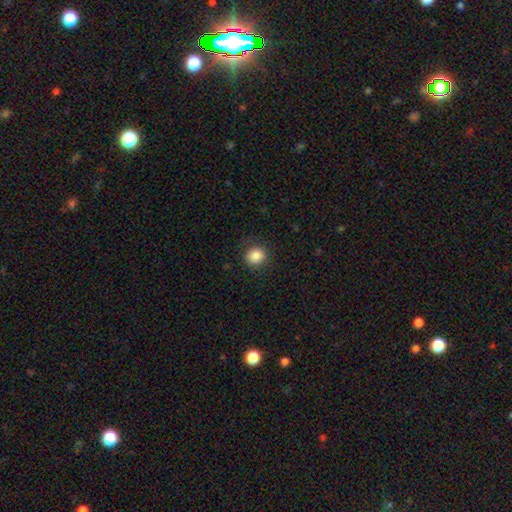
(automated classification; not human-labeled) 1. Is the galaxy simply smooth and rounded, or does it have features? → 86% smooth, 10% star or artifact, 5% featured or disk.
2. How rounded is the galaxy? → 85% round, 14% in between, 1% cigar-shaped.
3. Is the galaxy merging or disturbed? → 86% none, 10% minor disturbance, 4% major disturbance, 1% merger.